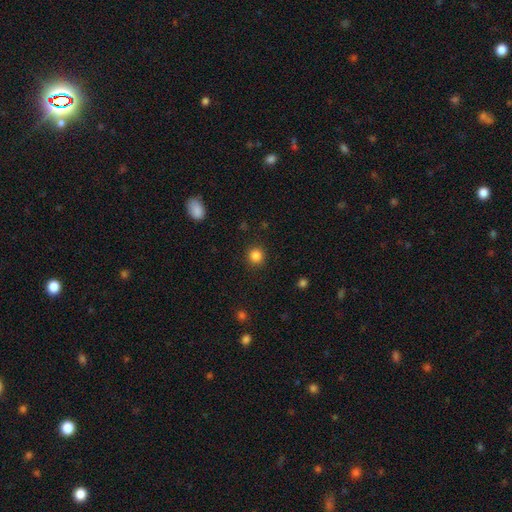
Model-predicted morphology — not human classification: type=smooth (85%); roundness=round (92%); merging=none (91%).